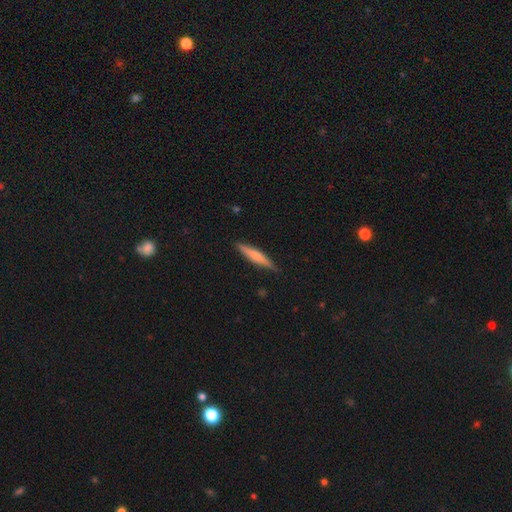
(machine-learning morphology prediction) Smooth or featured? Predicted: smooth (p=0.56). How rounded? Predicted: cigar-shaped (p=0.89). Merging? Predicted: none (p=0.87).